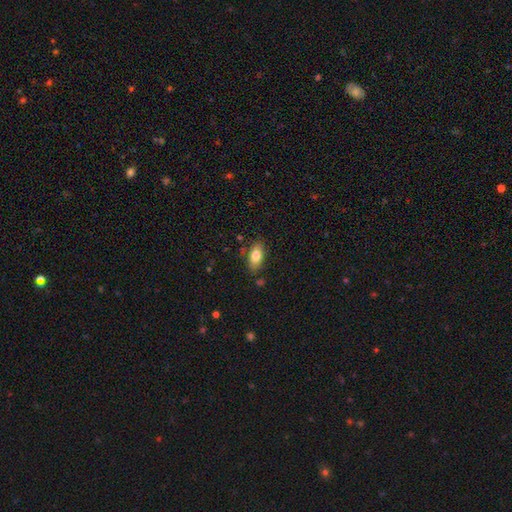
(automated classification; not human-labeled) smooth 79%, featured or disk 13%, star or artifact 7%. Down the decision tree: how rounded — in between (88%); merging — none (80%).